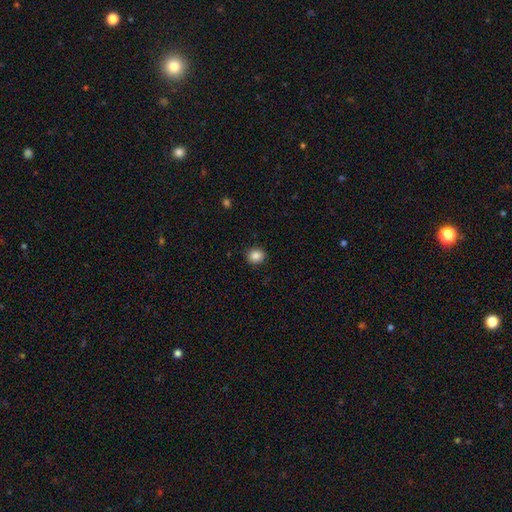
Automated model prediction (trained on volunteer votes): A smooth galaxy with no disk features (86%) that is round (75%). Merging: none (90%).